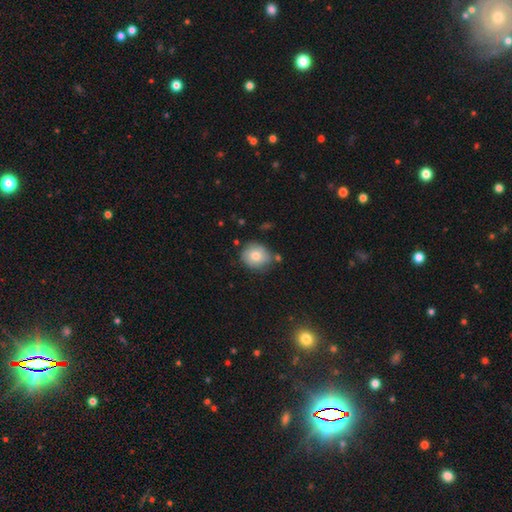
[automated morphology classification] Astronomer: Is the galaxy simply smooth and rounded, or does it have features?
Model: smooth — 75%.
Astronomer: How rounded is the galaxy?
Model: round — 73%.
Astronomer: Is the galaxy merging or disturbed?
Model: none — 71%.